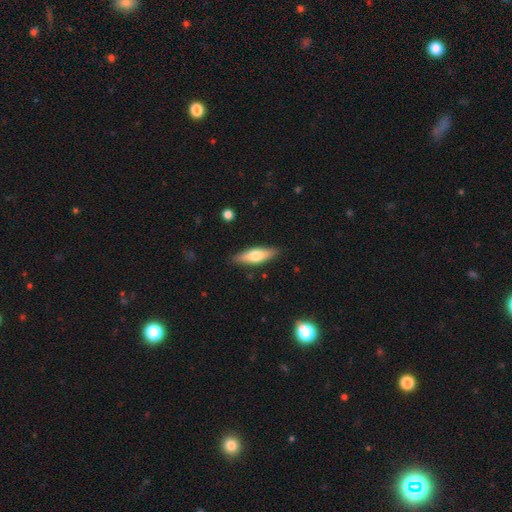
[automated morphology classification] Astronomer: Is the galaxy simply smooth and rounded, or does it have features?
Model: smooth — 59% (runner-up: featured or disk, 35%).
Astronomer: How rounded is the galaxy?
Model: cigar-shaped — 51% (runner-up: in between, 47%).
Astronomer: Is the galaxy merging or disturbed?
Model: none — 87%.